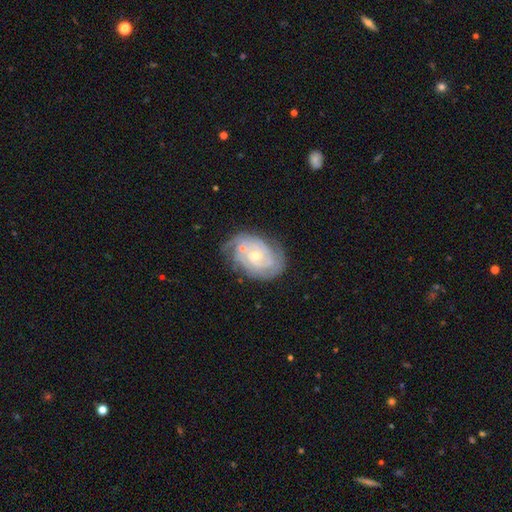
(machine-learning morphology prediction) This appears to be a featured or disk galaxy (86%) with no bar (69%), 3 (26%, tied with 2) tight (74%) spiral arms (96%) and a small central bulge (57%). Merging: none (64%).